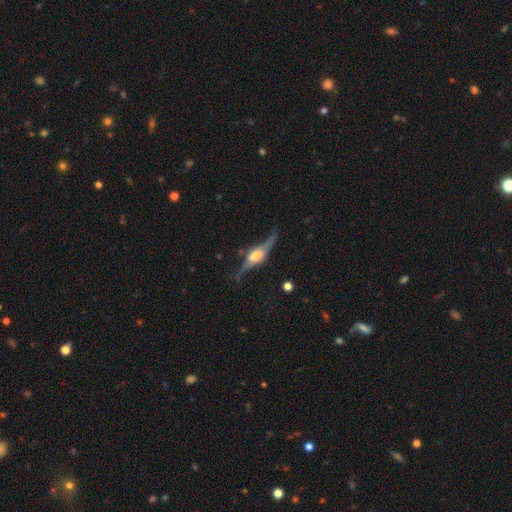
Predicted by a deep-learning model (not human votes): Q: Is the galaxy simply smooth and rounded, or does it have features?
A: featured or disk — 75%.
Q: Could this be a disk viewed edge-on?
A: yes — 85%.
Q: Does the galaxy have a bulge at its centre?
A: rounded — 75%.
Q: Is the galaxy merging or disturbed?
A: none — 63%.